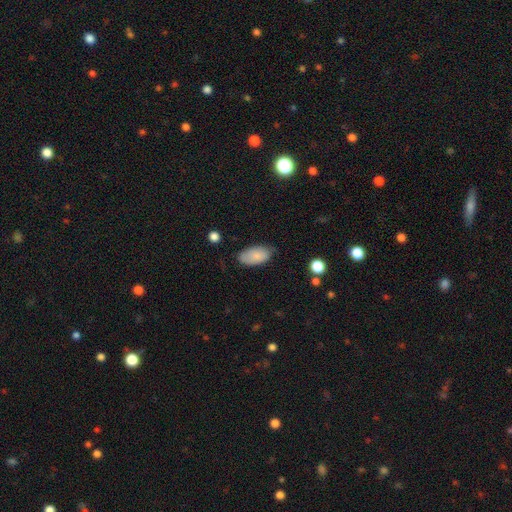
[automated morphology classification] Overall: smooth (83%). How rounded: in between (94%). Merging: none (69%).